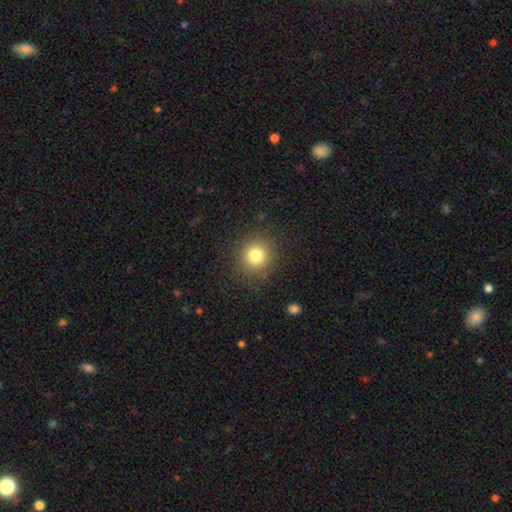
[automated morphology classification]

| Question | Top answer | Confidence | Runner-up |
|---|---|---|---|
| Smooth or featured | smooth | 79% | star or artifact (13%) |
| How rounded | round | 90% | in between (9%) |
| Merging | none | 88% | minor disturbance (7%) |